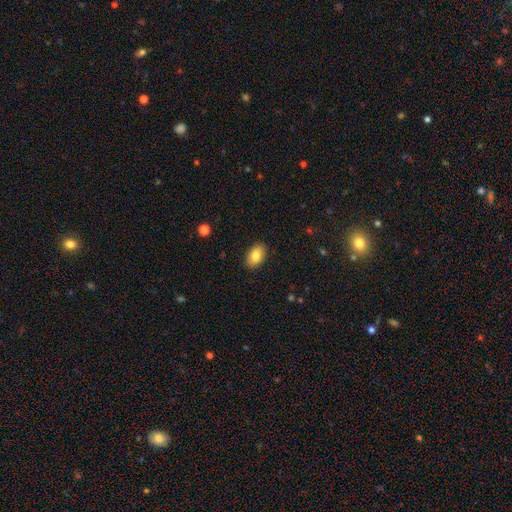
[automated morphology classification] Smooth or featured?
  - smooth: 82% *
  - featured or disk: 10%
  - star or artifact: 7%
How rounded?
  - in between: 89% *
  - round: 9%
  - cigar-shaped: 1%
Merging?
  - none: 89% *
  - minor disturbance: 8%
  - major disturbance: 2%
  - merger: 1%